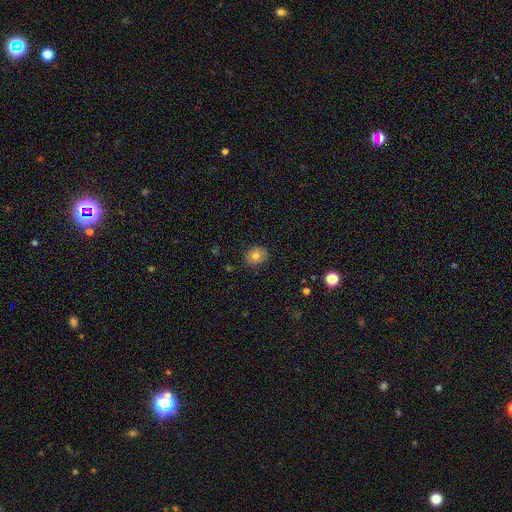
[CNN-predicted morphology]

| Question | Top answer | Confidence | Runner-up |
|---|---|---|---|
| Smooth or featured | smooth | 78% | featured or disk (12%) |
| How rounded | round | 62% | in between (37%) |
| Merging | none | 85% | minor disturbance (11%) |